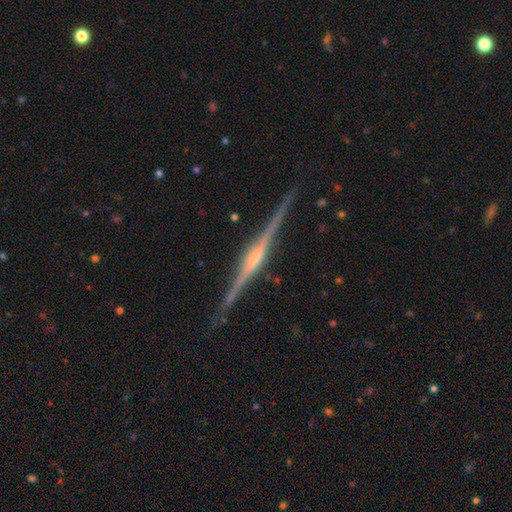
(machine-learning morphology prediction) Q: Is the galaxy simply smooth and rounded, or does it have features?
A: featured or disk — 88%.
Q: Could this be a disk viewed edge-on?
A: yes — 99%.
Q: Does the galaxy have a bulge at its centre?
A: rounded — 64%.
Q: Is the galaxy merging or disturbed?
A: none — 90%.